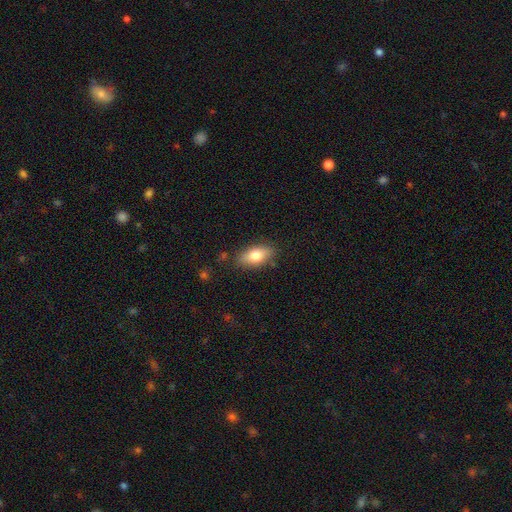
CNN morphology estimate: smooth_or_featured: smooth (p=0.75) [alt: featured or disk p=0.18]
how_rounded: in between (p=0.85) [alt: cigar-shaped p=0.10]
merging: none (p=0.83) [alt: minor disturbance p=0.13]